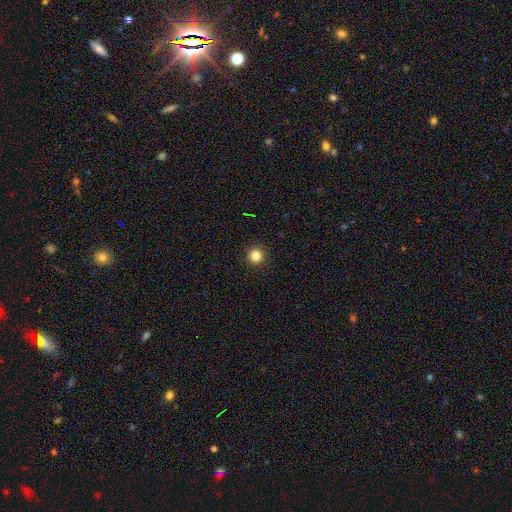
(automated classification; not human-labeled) Smooth or featured: smooth — 84% (star or artifact — 12%)
How rounded: round — 96% (in between — 3%)
Merging: none — 93% (minor disturbance — 4%)